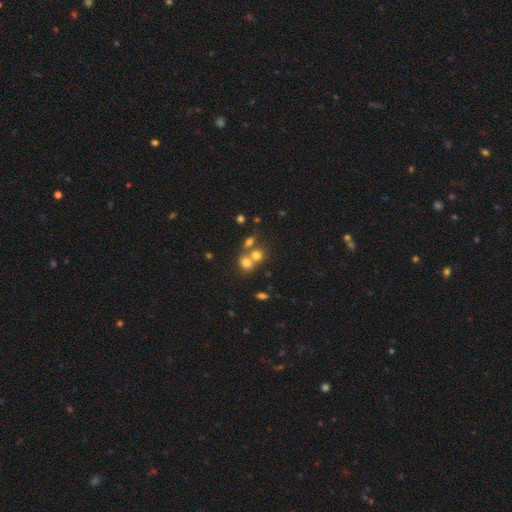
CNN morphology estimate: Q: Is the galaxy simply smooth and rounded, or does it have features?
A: smooth — 71%.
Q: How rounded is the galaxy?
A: round — 65%.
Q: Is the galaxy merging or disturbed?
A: merger — 51%.